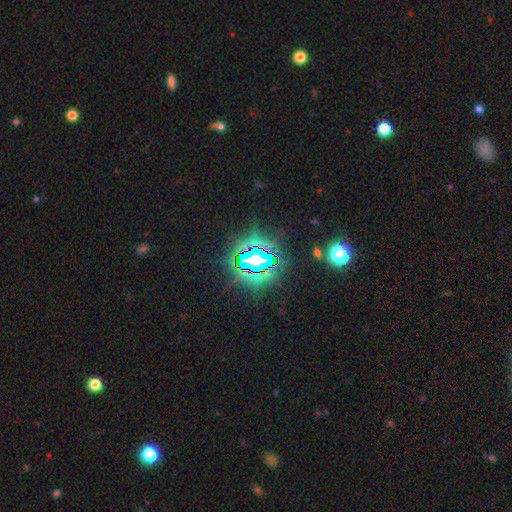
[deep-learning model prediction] smooth_or_featured: star or artifact (p=0.75) [alt: smooth p=0.14]